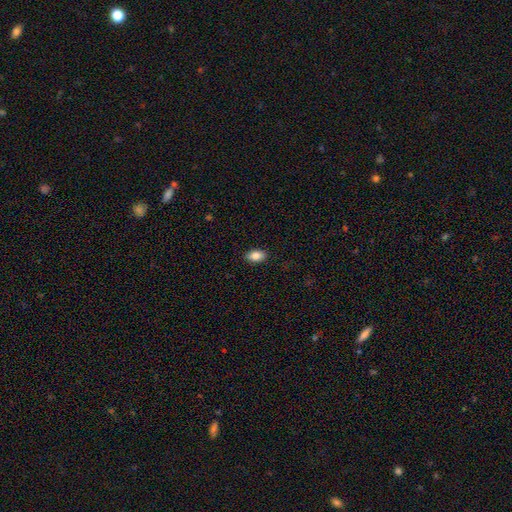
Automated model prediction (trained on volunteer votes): Overall: smooth (85%). How rounded: in between (90%). Merging: none (88%).